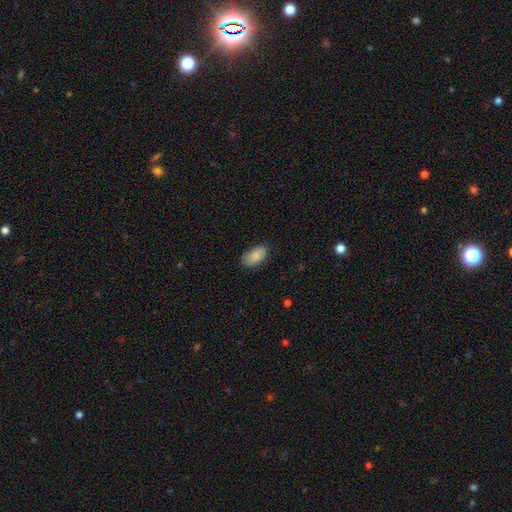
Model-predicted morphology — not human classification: Q: Smooth or featured?
A: smooth (87%); runner-up: star or artifact (7%)
Q: How rounded?
A: in between (94%); runner-up: round (4%)
Q: Merging?
A: none (79%); runner-up: minor disturbance (17%)